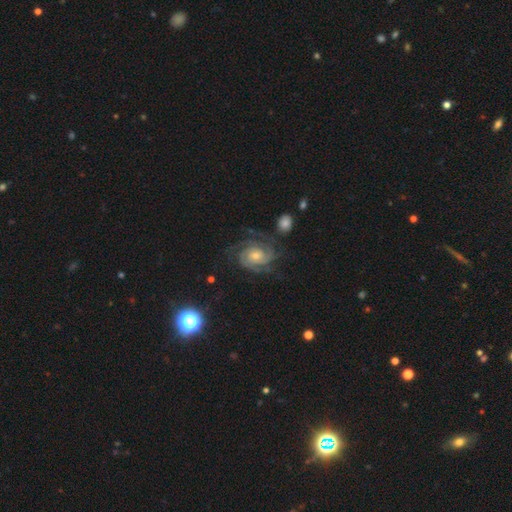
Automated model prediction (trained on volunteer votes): Q: Smooth or featured?
A: featured or disk (87%); runner-up: star or artifact (7%)
Q: Edge-on disk?
A: no (98%); runner-up: yes (2%)
Q: Bar?
A: no (68%); runner-up: weak (26%)
Q: Spiral arms?
A: yes (98%); runner-up: no (2%)
Q: Spiral winding?
A: tight (63%); runner-up: medium (32%)
Q: Spiral arm count?
A: 3 (32%); runner-up: 2 (30%)
Q: Bulge size?
A: moderate (51%); runner-up: small (42%)
Q: Merging?
A: none (73%); runner-up: minor disturbance (16%)